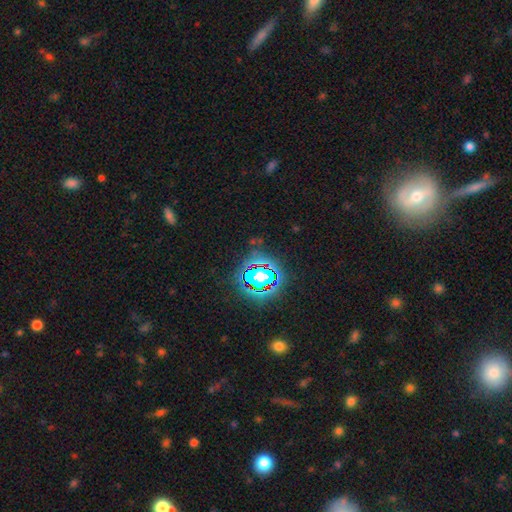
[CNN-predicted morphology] The model was most divided on "smooth or featured": star or artifact: 76%, smooth: 14%, featured or disk: 10%.